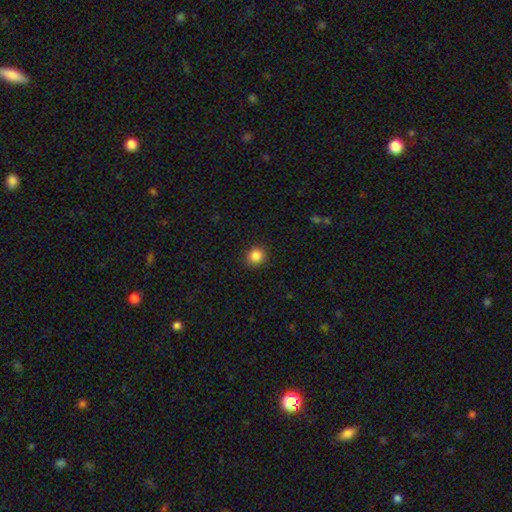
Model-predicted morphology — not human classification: Smooth or featured?
  - smooth: 86% *
  - star or artifact: 10%
  - featured or disk: 4%
How rounded?
  - round: 82% *
  - in between: 17%
  - cigar-shaped: 1%
Merging?
  - none: 90% *
  - minor disturbance: 7%
  - major disturbance: 2%
  - merger: 1%